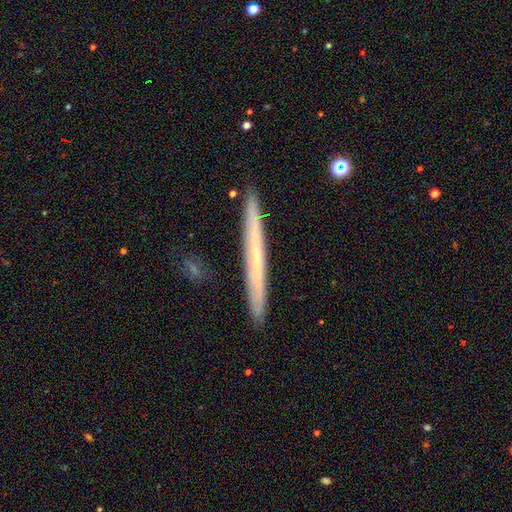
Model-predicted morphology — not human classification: This is possibly a featured or disk galaxy (48%). Merging: clearly none (92%).